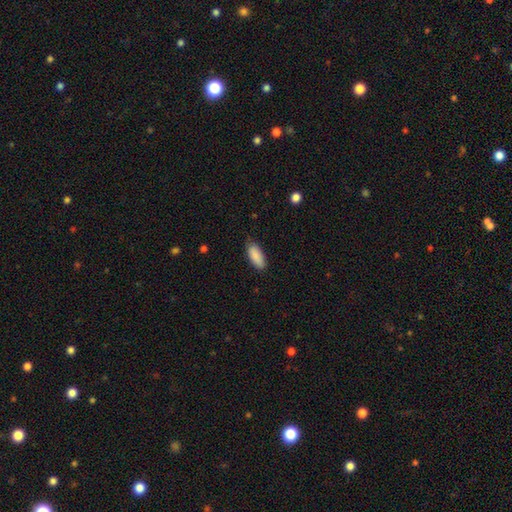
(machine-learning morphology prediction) Q: Smooth or featured?
A: smooth (88%); runner-up: star or artifact (6%)
Q: How rounded?
A: in between (83%); runner-up: cigar-shaped (15%)
Q: Merging?
A: none (80%); runner-up: minor disturbance (17%)